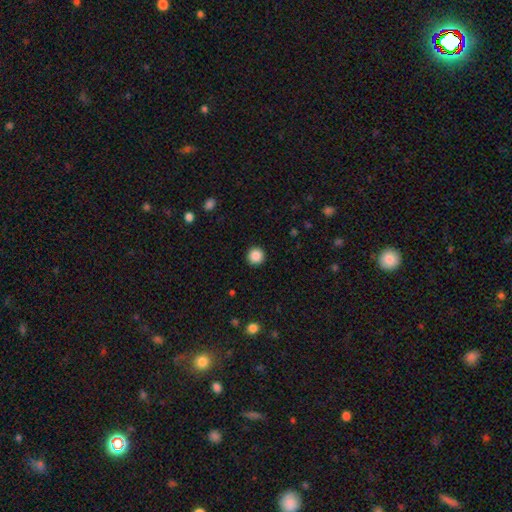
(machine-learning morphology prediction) The model was most divided on "smooth or featured": smooth: 88%, star or artifact: 10%, featured or disk: 3%. More confident: how rounded — round (95%); merging — none (92%).